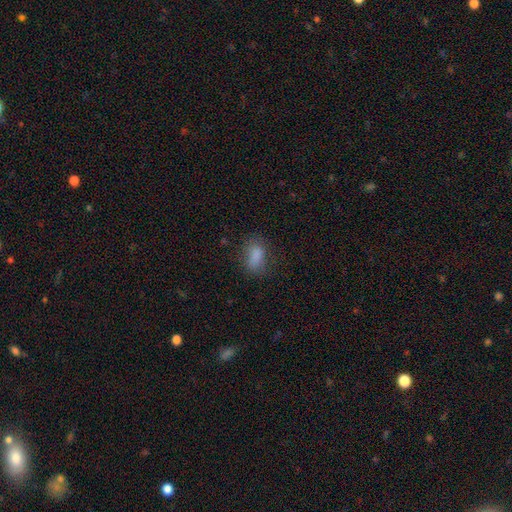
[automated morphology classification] smooth_or_featured: smooth (p=0.82) [alt: star or artifact p=0.10]
how_rounded: in between (p=0.86) [alt: round p=0.10]
merging: none (p=0.68) [alt: minor disturbance p=0.21]